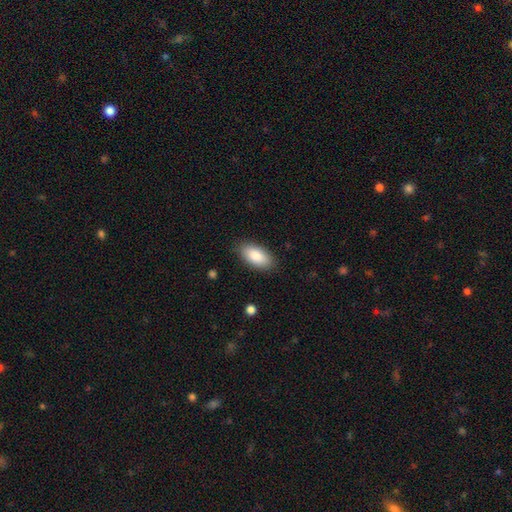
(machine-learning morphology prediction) Smooth or featured: smooth — 85% (featured or disk — 9%)
How rounded: in between — 93% (cigar-shaped — 4%)
Merging: none — 86% (minor disturbance — 10%)